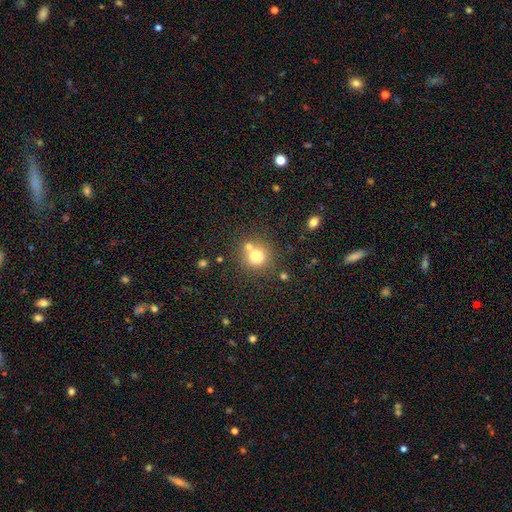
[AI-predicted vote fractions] Smooth or featured? smooth (75%)
How rounded? round (90%)
Merging? none (61%)